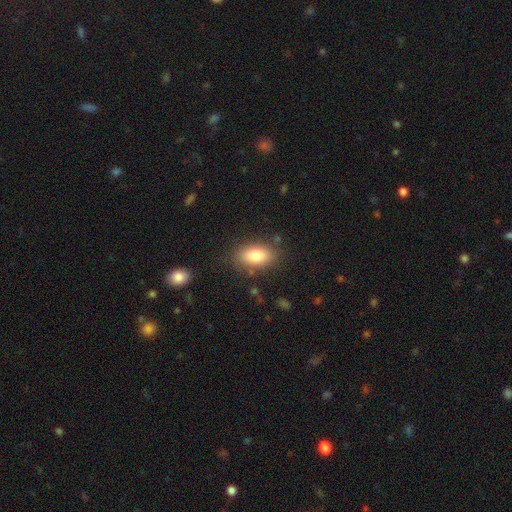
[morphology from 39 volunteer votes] smooth 74%, featured or disk 18%, star or artifact 8%. Down the decision tree: how rounded — in between (97%); merging — none (75%).